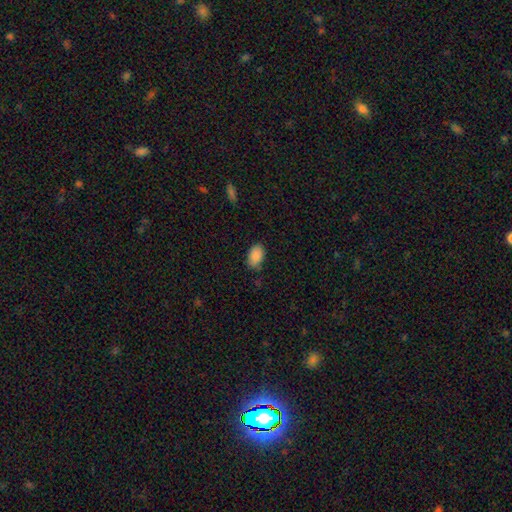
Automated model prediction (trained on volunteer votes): smooth_or_featured: smooth (p=0.89) [alt: star or artifact p=0.07]
how_rounded: in between (p=0.91) [alt: round p=0.08]
merging: none (p=0.77) [alt: minor disturbance p=0.18]